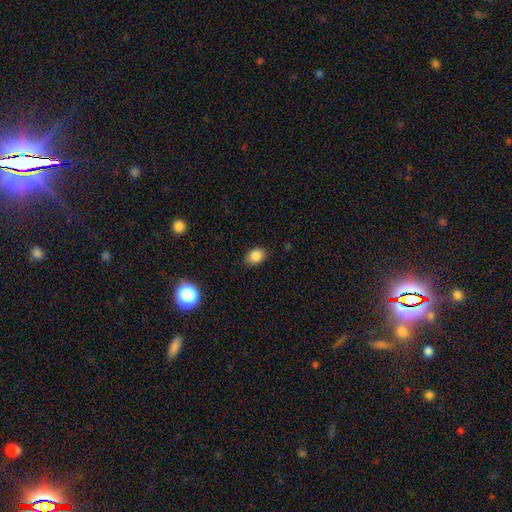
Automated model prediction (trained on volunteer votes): Morphology: type=smooth (85%); roundness=in between (61%); merging=none (84%).